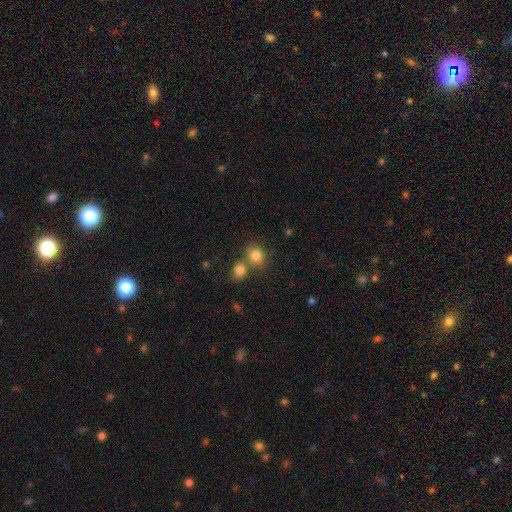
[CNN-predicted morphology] Smooth or featured?
  - smooth: 82% *
  - star or artifact: 11%
  - featured or disk: 7%
How rounded?
  - round: 71% *
  - in between: 28%
  - cigar-shaped: 1%
Merging?
  - none: 50% *
  - merger: 37%
  - minor disturbance: 9%
  - major disturbance: 4%